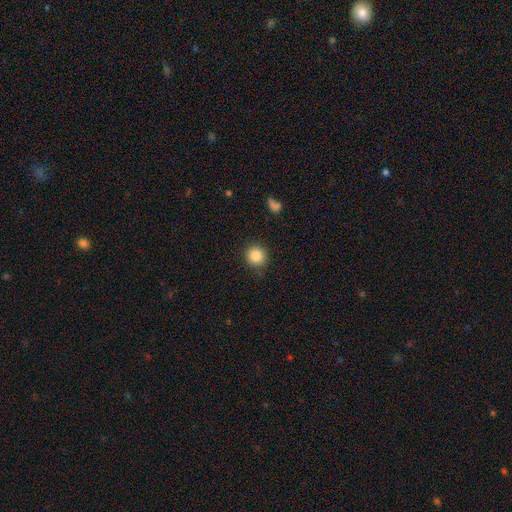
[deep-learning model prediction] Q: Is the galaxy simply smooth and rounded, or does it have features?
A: smooth — 87%.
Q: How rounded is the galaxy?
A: round — 91%.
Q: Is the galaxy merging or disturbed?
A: none — 83%.